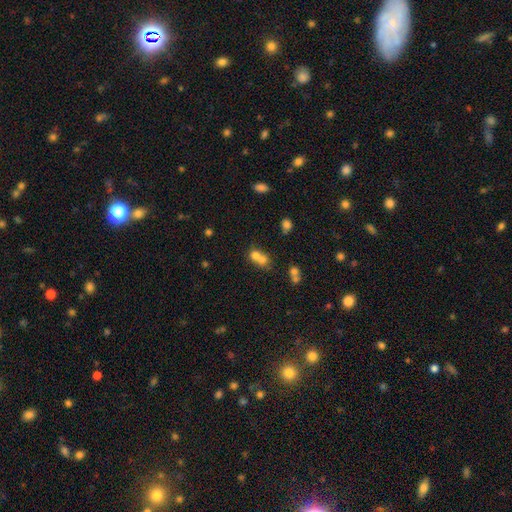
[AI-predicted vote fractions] Smooth or featured?
  - smooth: 68% *
  - featured or disk: 18%
  - star or artifact: 14%
How rounded?
  - round: 63% *
  - in between: 35%
  - cigar-shaped: 2%
Merging?
  - merger: 65% *
  - none: 25%
  - minor disturbance: 6%
  - major disturbance: 4%